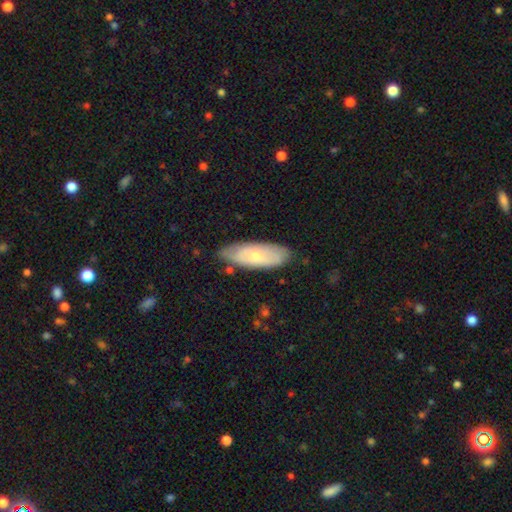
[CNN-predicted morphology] Smooth or featured? Predicted: smooth (p=0.58). How rounded? Predicted: in between (p=0.69). Merging? Predicted: none (p=0.75).